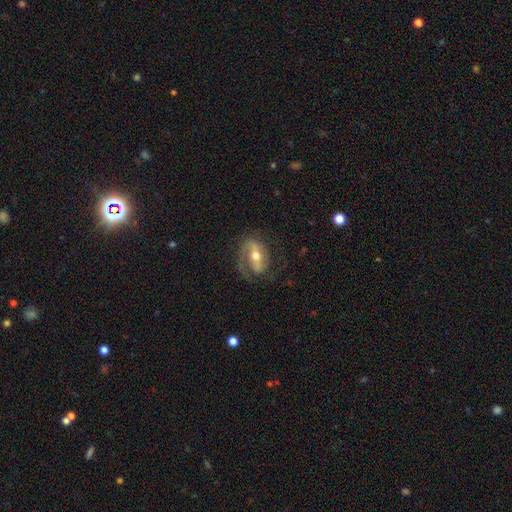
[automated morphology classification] type=featured or disk (76%); edge-on=no (93%); bar=strong (46%); spiral arms=yes (87%); winding=medium (44%); arm count=2 (60%); bulge=moderate (68%); merging=none (61%).